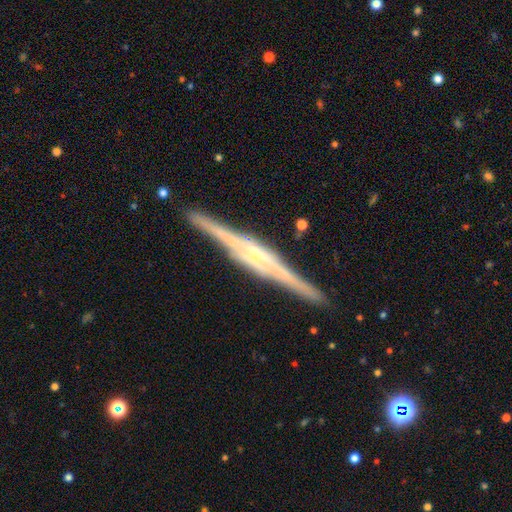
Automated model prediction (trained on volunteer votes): A featured or disk galaxy (89%) viewed edge-on (98%) with a boxy central bulge (61%). Merging: none (91%).